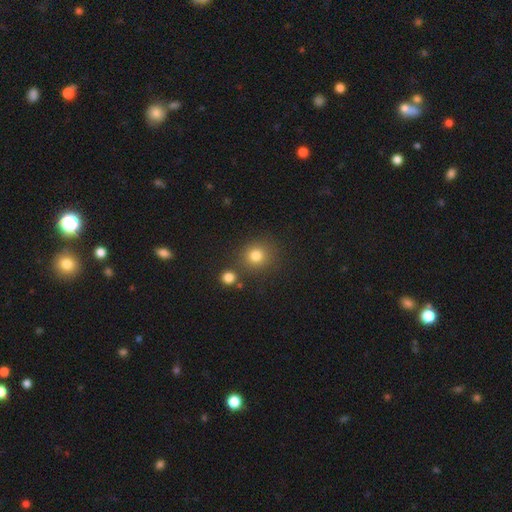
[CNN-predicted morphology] Q: Smooth or featured?
A: smooth (80%); runner-up: star or artifact (14%)
Q: How rounded?
A: round (88%); runner-up: in between (11%)
Q: Merging?
A: none (78%); runner-up: merger (10%)